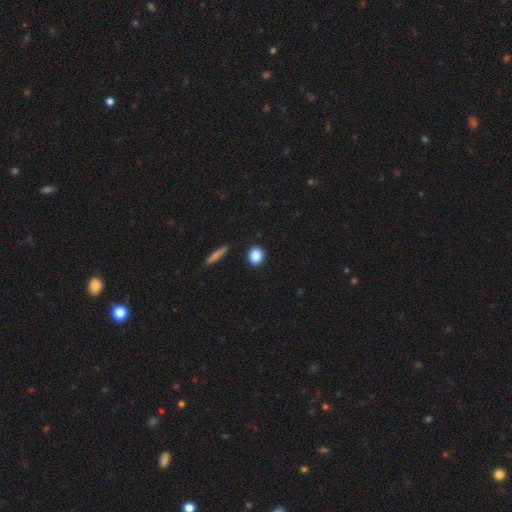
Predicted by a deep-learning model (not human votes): smooth 88%, star or artifact 8%, featured or disk 4%. Down the decision tree: how rounded — round (75%); merging — none (90%).